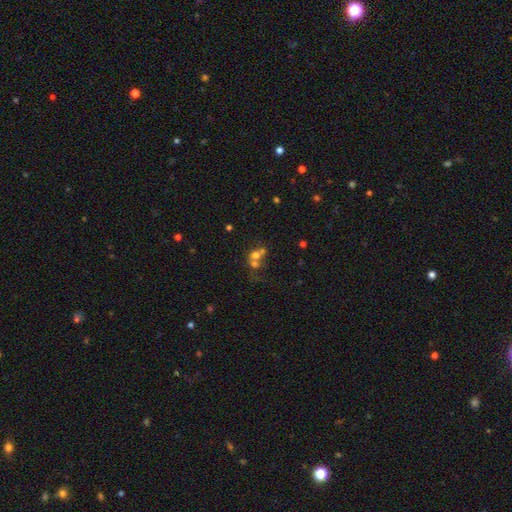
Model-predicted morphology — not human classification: A smooth galaxy with no disk features (56%) that is round (70%). Merging: merger (60%).